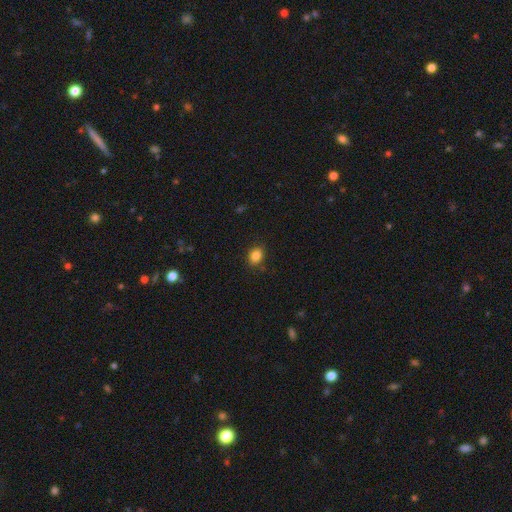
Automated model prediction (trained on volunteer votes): Morphology: type=smooth (85%); roundness=in between (66%); merging=none (85%).